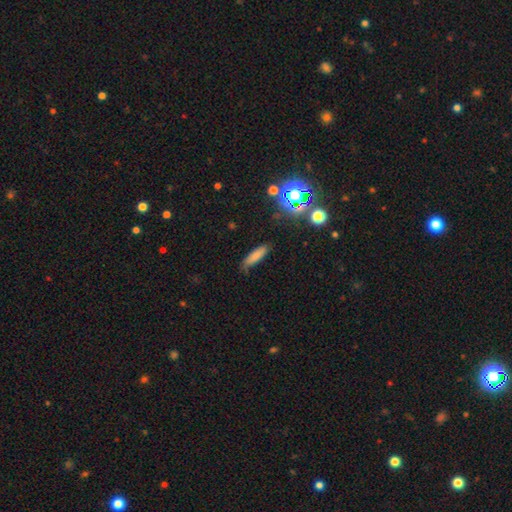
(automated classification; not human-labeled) smooth 75%, star or artifact 14%, featured or disk 11%. Down the decision tree: how rounded — cigar-shaped (64%); merging — none (77%).